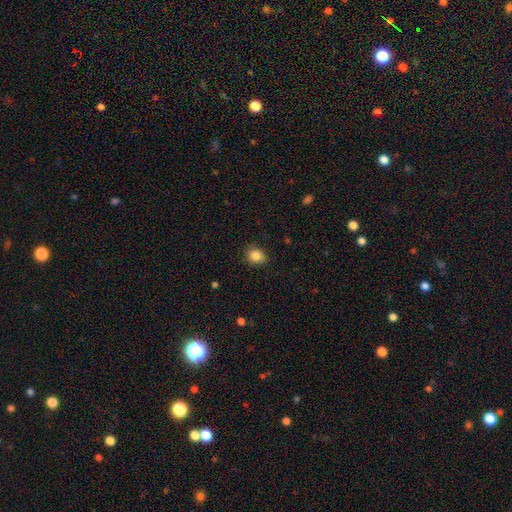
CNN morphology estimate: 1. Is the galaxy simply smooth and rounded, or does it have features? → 85% smooth, 10% star or artifact, 5% featured or disk.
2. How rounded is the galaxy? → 63% round, 37% in between, 1% cigar-shaped.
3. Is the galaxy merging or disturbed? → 83% none, 13% minor disturbance, 3% major disturbance, 1% merger.